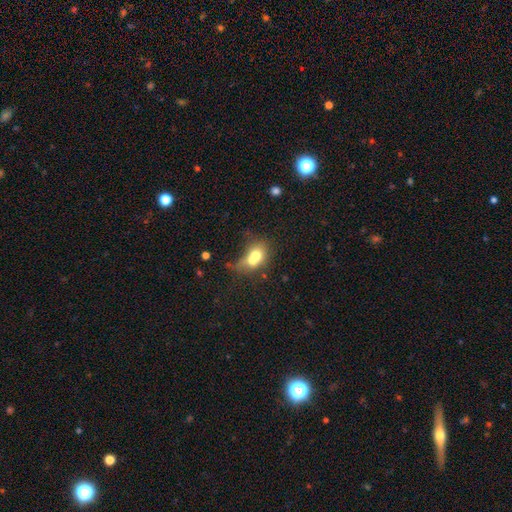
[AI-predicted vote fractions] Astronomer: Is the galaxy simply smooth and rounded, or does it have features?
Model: smooth — 66%.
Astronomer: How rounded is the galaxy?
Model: in between — 52% (runner-up: round, 46%).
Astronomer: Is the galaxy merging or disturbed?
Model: merger — 64%.